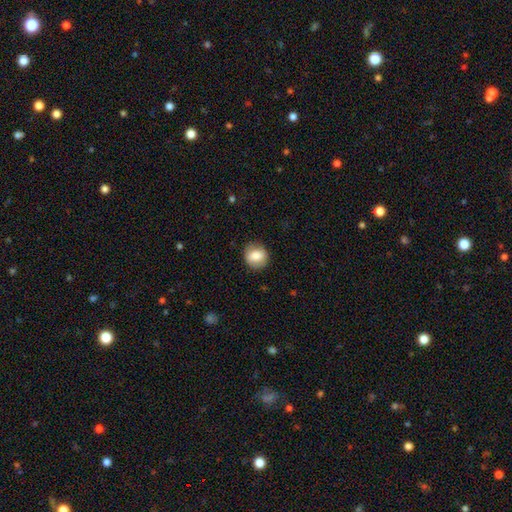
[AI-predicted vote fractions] smooth_or_featured: smooth (p=0.81) [alt: featured or disk p=0.11]
how_rounded: round (p=0.75) [alt: in between p=0.24]
merging: none (p=0.84) [alt: minor disturbance p=0.11]